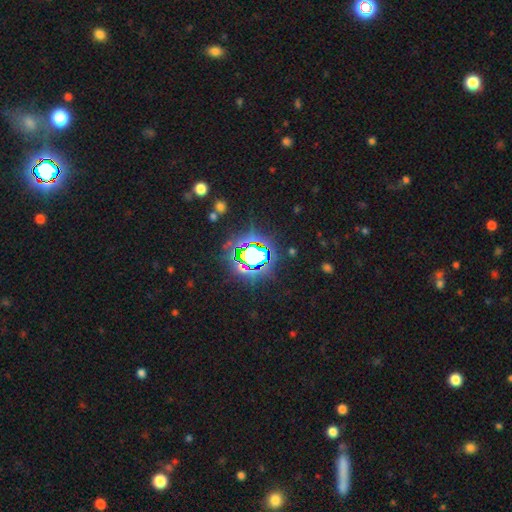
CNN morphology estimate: The model was most divided on "smooth or featured": star or artifact: 69%, smooth: 20%, featured or disk: 12%.